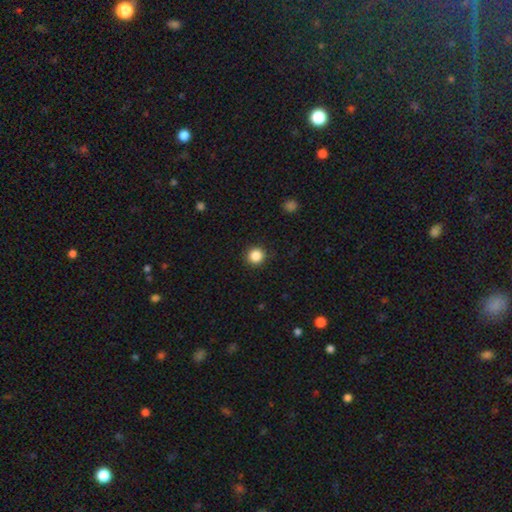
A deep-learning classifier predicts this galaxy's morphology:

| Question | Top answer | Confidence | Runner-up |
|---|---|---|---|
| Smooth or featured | smooth | 86% | star or artifact (11%) |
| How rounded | round | 94% | in between (5%) |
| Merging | none | 91% | minor disturbance (6%) |